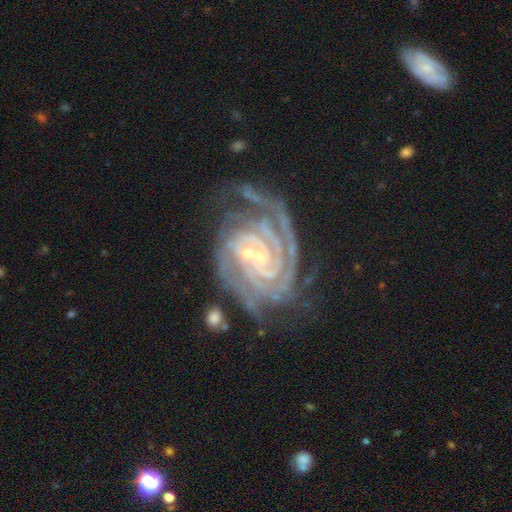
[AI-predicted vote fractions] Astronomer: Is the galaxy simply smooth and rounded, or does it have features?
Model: featured or disk — 91%.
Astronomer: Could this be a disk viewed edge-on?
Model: no — 97%.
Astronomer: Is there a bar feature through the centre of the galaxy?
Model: no — 49% (runner-up: weak, 33%).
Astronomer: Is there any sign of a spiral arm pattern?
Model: yes — 99%.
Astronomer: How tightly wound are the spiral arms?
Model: tight — 81%.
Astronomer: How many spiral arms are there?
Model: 3 — 24% (runner-up: 2, 22%).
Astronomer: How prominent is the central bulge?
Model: small — 82%.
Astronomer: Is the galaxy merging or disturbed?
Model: none — 62%.